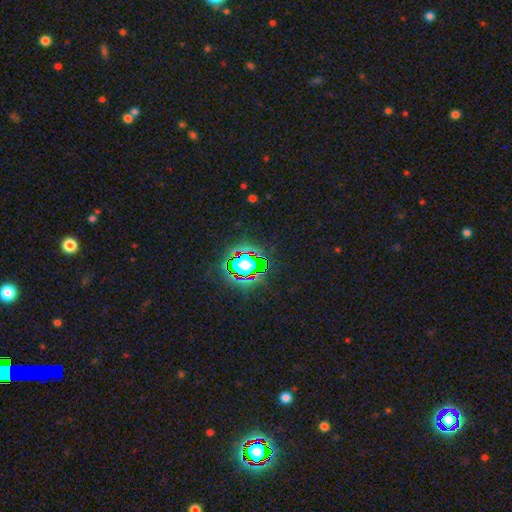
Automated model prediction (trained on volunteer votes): Smooth or featured? Predicted: star or artifact (p=0.82).